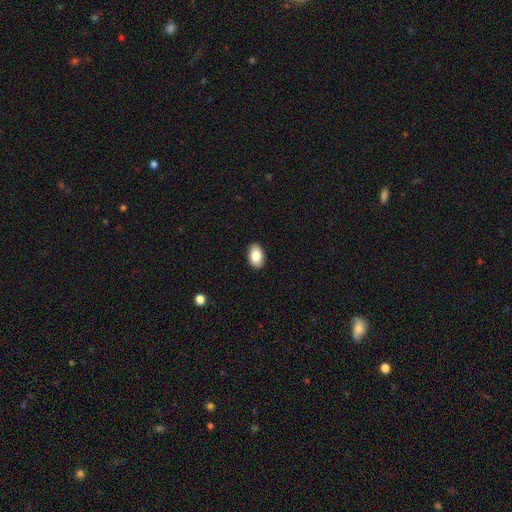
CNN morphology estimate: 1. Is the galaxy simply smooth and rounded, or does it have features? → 86% smooth, 7% star or artifact, 7% featured or disk.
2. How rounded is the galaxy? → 88% in between, 10% round, 1% cigar-shaped.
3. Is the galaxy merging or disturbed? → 91% none, 7% minor disturbance, 2% major disturbance, 1% merger.